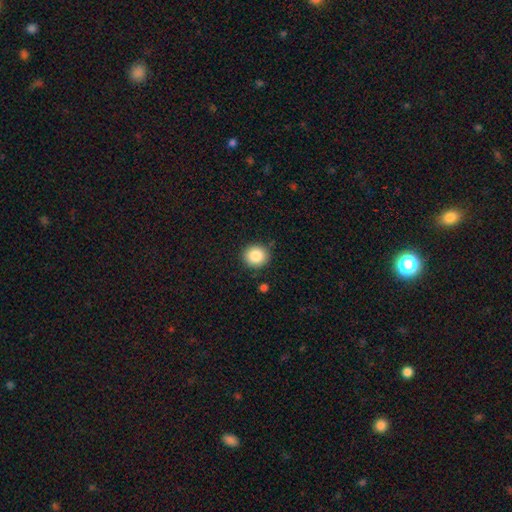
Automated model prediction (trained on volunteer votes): Overall: smooth (86%). How rounded: round (88%). Merging: none (88%).